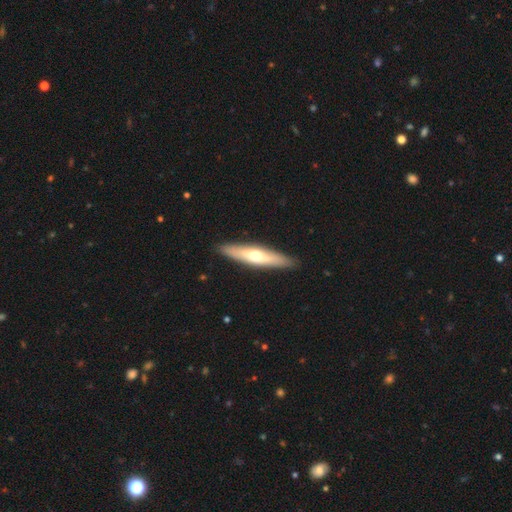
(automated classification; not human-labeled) A featured or disk galaxy (50%).

Vote fractions:
- Smooth or featured? featured or disk: 50% / smooth: 45% / star or artifact: 5%
- Merging? none: 90% / minor disturbance: 7% / major disturbance: 2% / merger: 1%